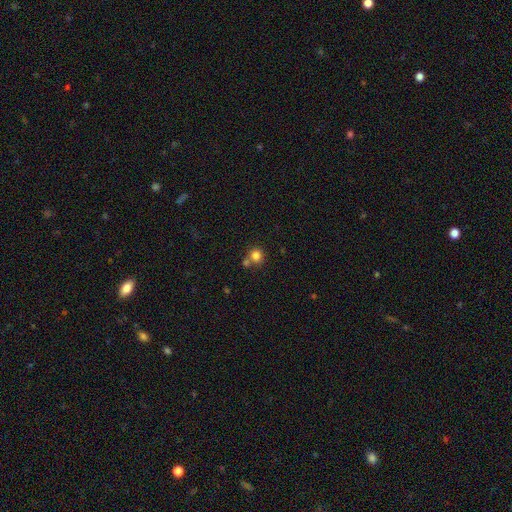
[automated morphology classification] Smooth or featured?
  - smooth: 81% *
  - star or artifact: 12%
  - featured or disk: 7%
How rounded?
  - round: 89% *
  - in between: 10%
  - cigar-shaped: 1%
Merging?
  - none: 63% *
  - merger: 25%
  - minor disturbance: 9%
  - major disturbance: 3%